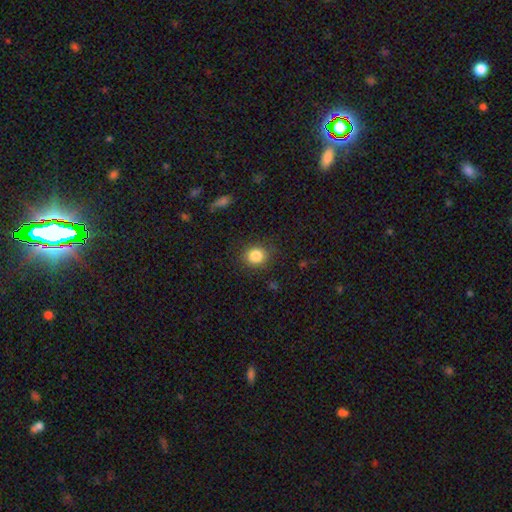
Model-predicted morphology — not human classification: smooth 85%, star or artifact 10%, featured or disk 5%. Down the decision tree: how rounded — round (79%); merging — none (85%).